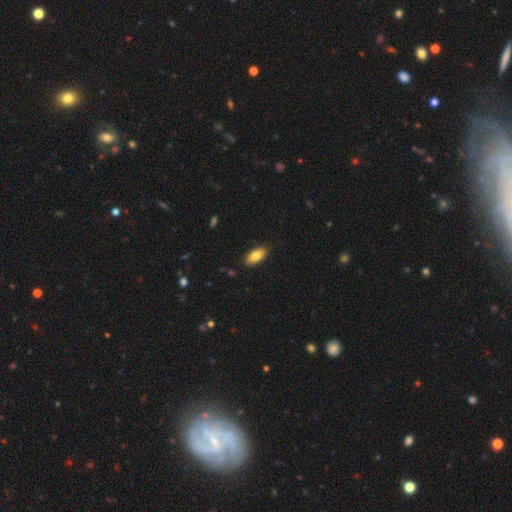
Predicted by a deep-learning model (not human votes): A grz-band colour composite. It shows a smooth galaxy with no disk features (82%) that is in between round and cigar-shaped (90%). Merging: none (88%).